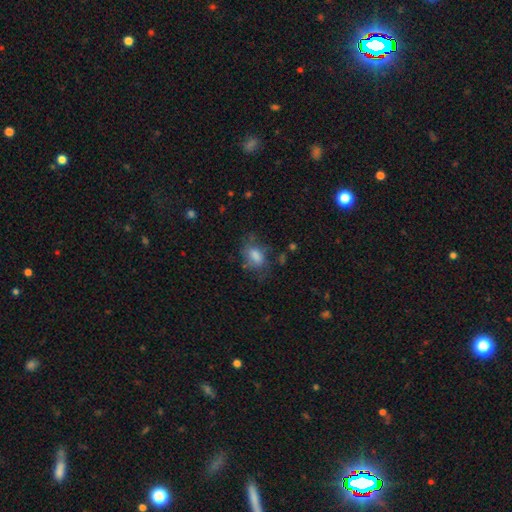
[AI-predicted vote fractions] A smooth galaxy with no disk features (74%) that is in between round and cigar-shaped (83%).

Vote fractions:
- Smooth or featured? smooth: 74% / featured or disk: 17% / star or artifact: 9%
- How rounded? in between: 83% / round: 15% / cigar-shaped: 2%
- Merging? none: 51% / minor disturbance: 26% / major disturbance: 19% / merger: 3%